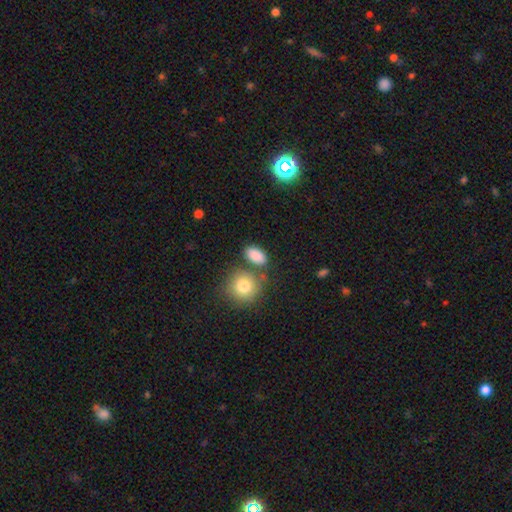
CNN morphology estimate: Smooth or featured? Predicted: smooth (p=0.87). How rounded? Predicted: in between (p=0.85). Merging? Predicted: none (p=0.71).